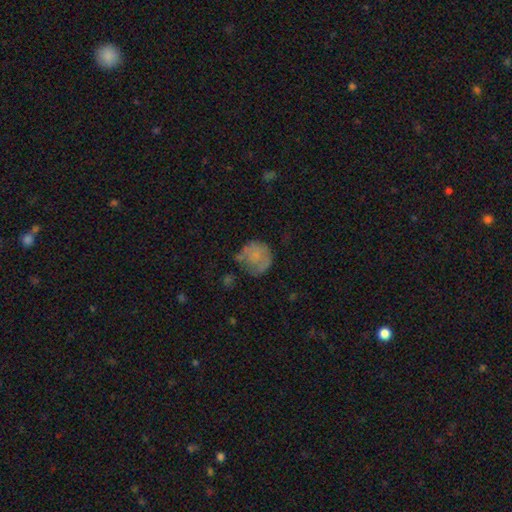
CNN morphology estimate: Smooth or featured?
  - smooth: 65% *
  - featured or disk: 24%
  - star or artifact: 10%
How rounded?
  - round: 86% *
  - in between: 13%
  - cigar-shaped: 1%
Merging?
  - none: 54% *
  - minor disturbance: 28%
  - major disturbance: 14%
  - merger: 5%